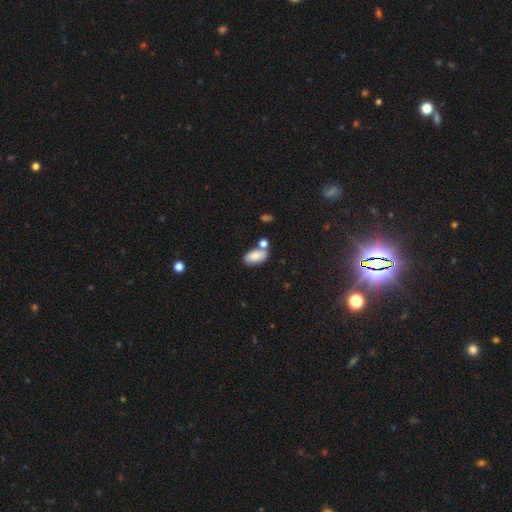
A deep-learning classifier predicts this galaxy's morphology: smooth-or-featured: smooth: 80% | featured or disk: 13% | star or artifact: 7%
  how-rounded: in between: 93% | round: 4% | cigar-shaped: 3%
  merging: none: 57% | merger: 23% | minor disturbance: 15% | major disturbance: 4%